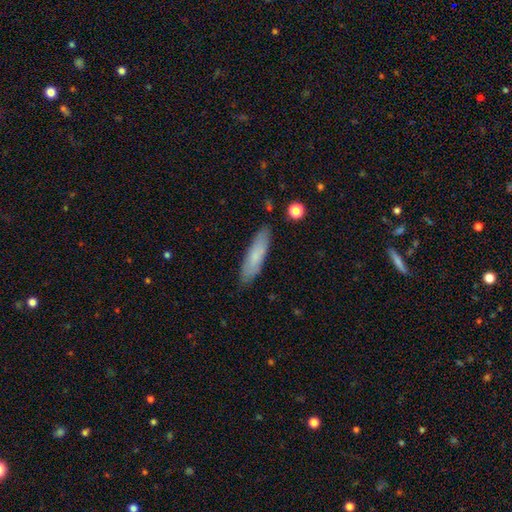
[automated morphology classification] This appears to be a smooth galaxy with no disk features (75%) that is cigar-shaped (72%). Merging: none (84%).